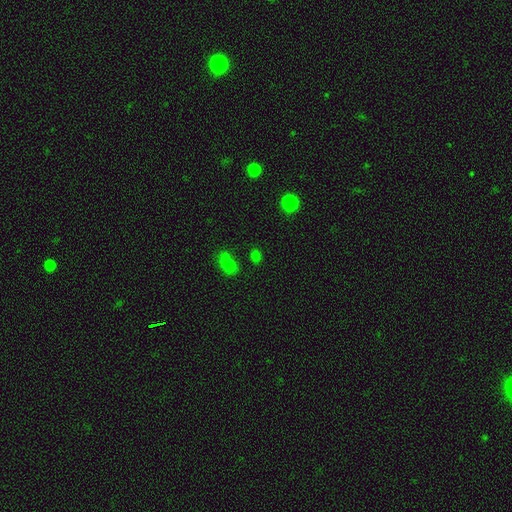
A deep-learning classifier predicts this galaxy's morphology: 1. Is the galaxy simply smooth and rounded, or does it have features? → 71% smooth, 23% star or artifact, 6% featured or disk.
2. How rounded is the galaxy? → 53% in between, 45% round, 2% cigar-shaped.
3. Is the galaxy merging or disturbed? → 66% none, 16% merger, 13% minor disturbance, 5% major disturbance.